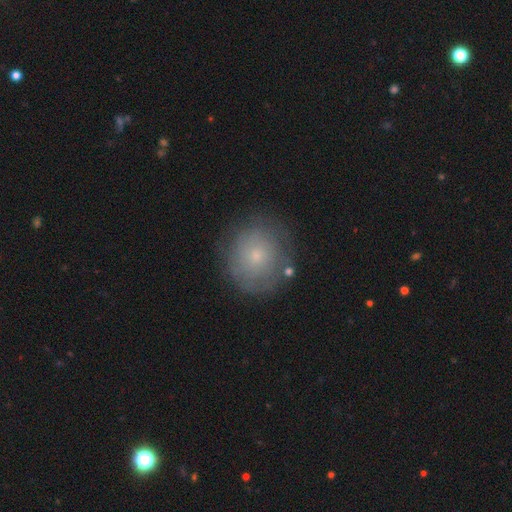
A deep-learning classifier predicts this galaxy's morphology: This is possibly a smooth galaxy (60%). How rounded: clearly round (88%). Merging: likely none (77%).